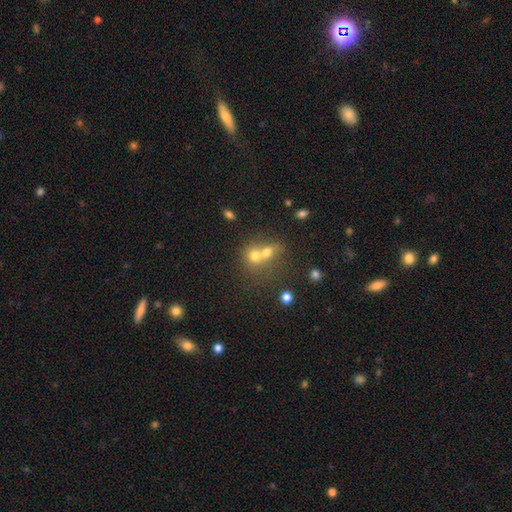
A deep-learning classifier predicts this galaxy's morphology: Overall: smooth (68%). How rounded: round (71%). Merging: merger (65%; none 26%).